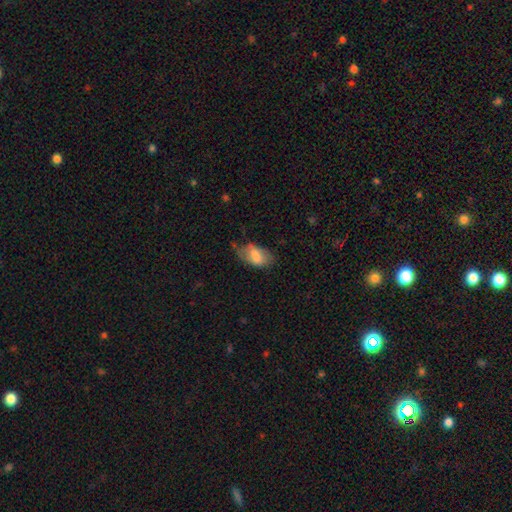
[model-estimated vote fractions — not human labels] This appears to be a smooth galaxy with no disk features (73%) that is in between round and cigar-shaped (93%). Merging: none (51%).